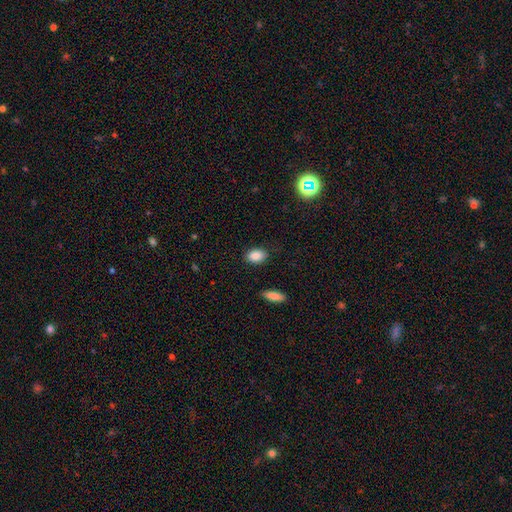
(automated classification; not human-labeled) smooth_or_featured: smooth (p=0.87) [alt: star or artifact p=0.08]
how_rounded: in between (p=0.86) [alt: round p=0.13]
merging: none (p=0.86) [alt: minor disturbance p=0.10]